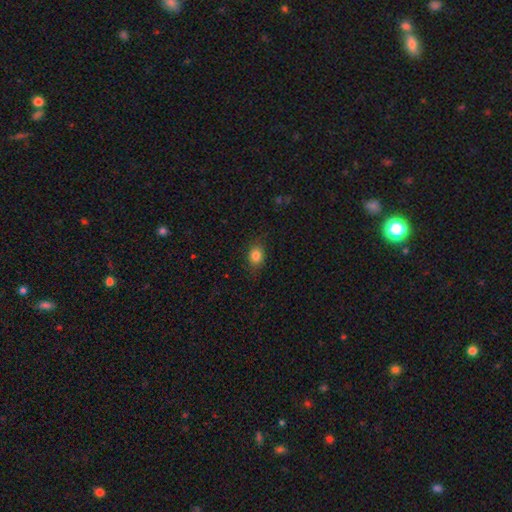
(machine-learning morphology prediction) smooth-or-featured: smooth: 84% | star or artifact: 10% | featured or disk: 6%
  how-rounded: in between: 58% | round: 40% | cigar-shaped: 2%
  merging: none: 80% | minor disturbance: 15% | major disturbance: 4% | merger: 1%